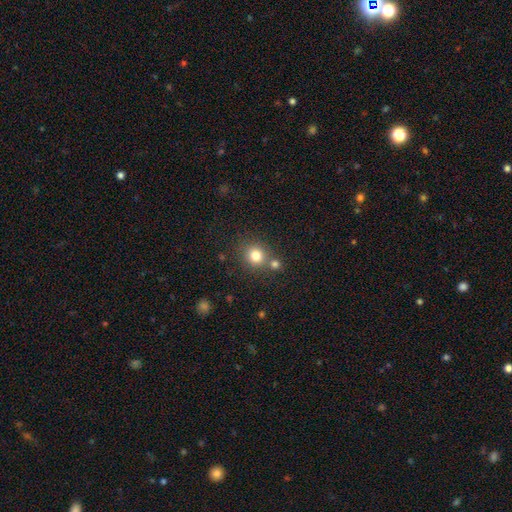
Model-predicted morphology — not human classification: smooth 80%, star or artifact 13%, featured or disk 7%. Down the decision tree: how rounded — round (88%); merging — none (68%).